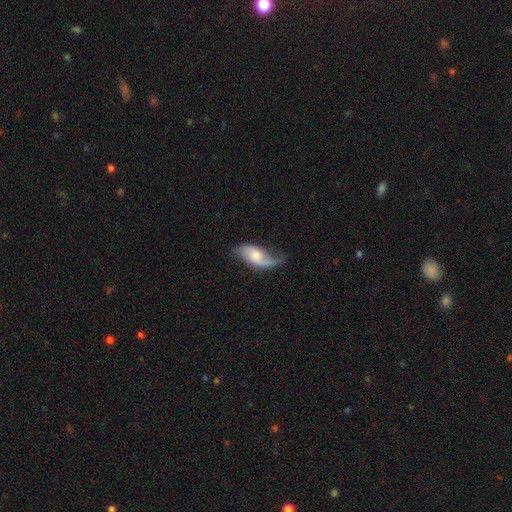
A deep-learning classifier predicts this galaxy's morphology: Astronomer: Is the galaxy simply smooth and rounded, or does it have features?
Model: featured or disk — 70%.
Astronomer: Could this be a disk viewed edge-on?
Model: no — 94%.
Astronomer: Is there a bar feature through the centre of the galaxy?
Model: no — 59% (runner-up: weak, 34%).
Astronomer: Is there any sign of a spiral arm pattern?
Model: yes — 93%.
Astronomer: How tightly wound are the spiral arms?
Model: loose — 74%.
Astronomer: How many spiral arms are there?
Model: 2 — 78%.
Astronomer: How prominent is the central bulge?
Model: moderate — 48% (runner-up: small, 34%).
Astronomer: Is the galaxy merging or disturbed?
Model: none — 56%.